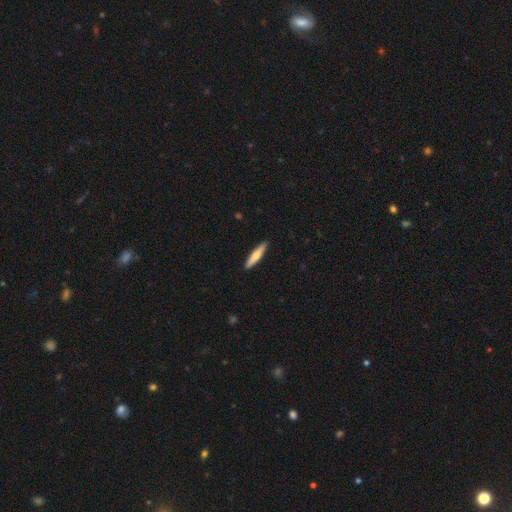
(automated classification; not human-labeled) This is likely a smooth galaxy (70%). How rounded: clearly cigar-shaped (87%). Merging: clearly none (90%).